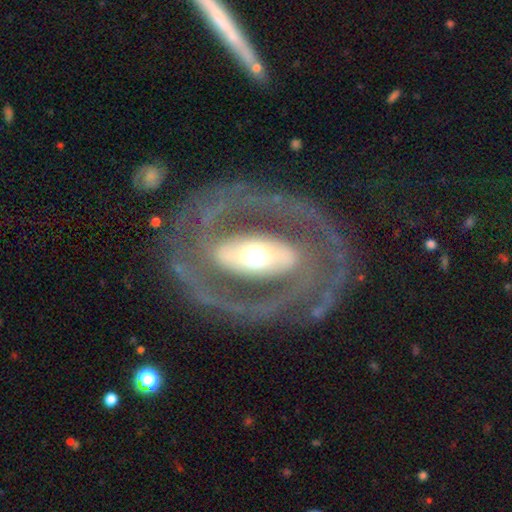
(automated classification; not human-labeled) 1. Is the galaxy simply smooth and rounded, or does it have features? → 84% featured or disk, 11% smooth, 5% star or artifact.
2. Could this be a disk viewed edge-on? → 93% no, 7% yes.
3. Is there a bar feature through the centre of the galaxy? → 41% strong, 35% no, 24% weak.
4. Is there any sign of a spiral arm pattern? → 79% yes, 21% no.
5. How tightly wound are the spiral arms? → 42% medium, 40% tight, 19% loose.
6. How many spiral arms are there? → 75% 2, 12% can't tell, 4% 1, 4% 3, 2% 4, 2% more than 4.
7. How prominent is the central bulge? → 54% moderate, 27% large, 12% small, 5% dominant, 1% none.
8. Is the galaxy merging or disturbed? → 74% none, 13% major disturbance, 11% minor disturbance, 2% merger.